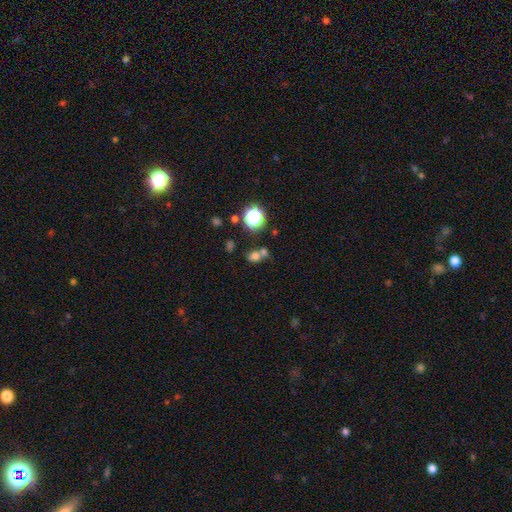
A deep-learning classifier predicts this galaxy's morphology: The model was most divided on "merging": none: 44%, merger: 40%, minor disturbance: 10%, major disturbance: 5%. More confident: smooth or featured — smooth (68%); how rounded — round (54%).